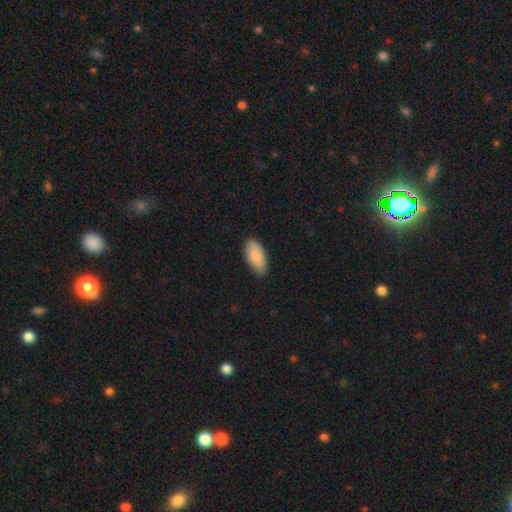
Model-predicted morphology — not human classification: This appears to be a smooth galaxy with no disk features (87%) that is in between round and cigar-shaped (92%). Merging: none (85%).